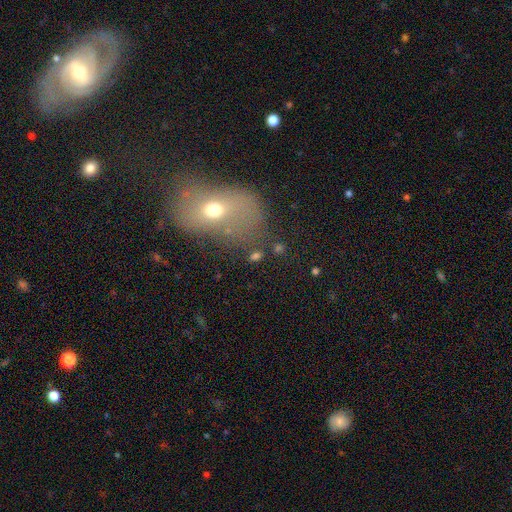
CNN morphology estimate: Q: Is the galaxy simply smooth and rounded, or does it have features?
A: smooth — 54%.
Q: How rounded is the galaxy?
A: in between — 53%.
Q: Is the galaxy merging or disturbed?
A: none — 60%.